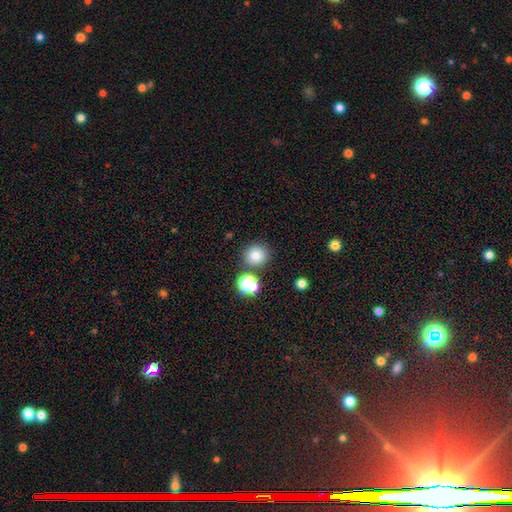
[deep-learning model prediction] Smooth or featured? smooth (78%)
How rounded? round (90%)
Merging? none (78%)